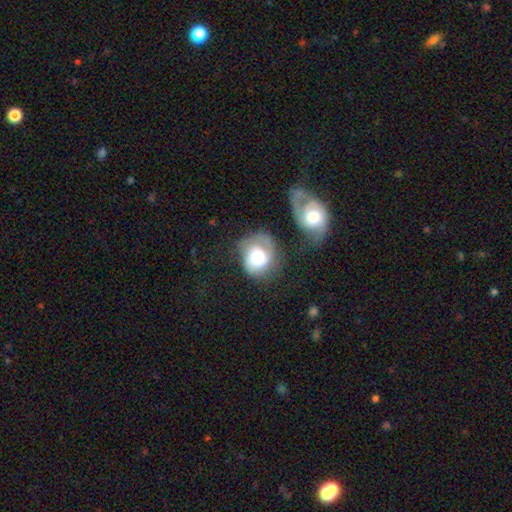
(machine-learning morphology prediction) This is possibly a smooth galaxy (49%). Merging: marginally none (39%).